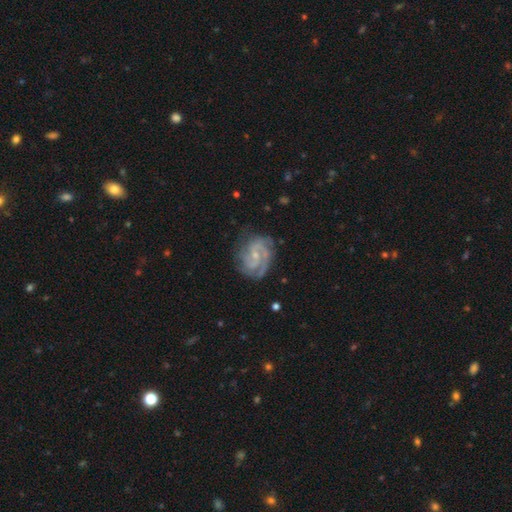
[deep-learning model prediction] Overall: featured or disk (87%). Edge-on disk: no (98%). Bar: no (52%; weak 40%). Spiral arms: yes (97%). Spiral arm count: 3 (34%; 2 31%). Spiral winding: tight (53%; medium 39%). Bulge size: small (70%). Merging: none (72%).